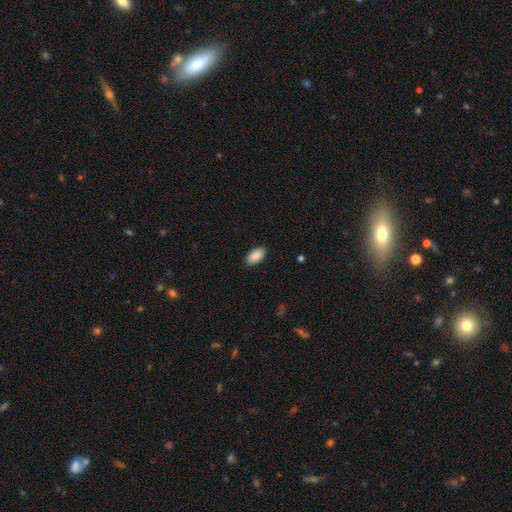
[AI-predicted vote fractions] Smooth or featured: smooth — 90% (star or artifact — 6%)
How rounded: in between — 94% (cigar-shaped — 3%)
Merging: none — 89% (minor disturbance — 8%)